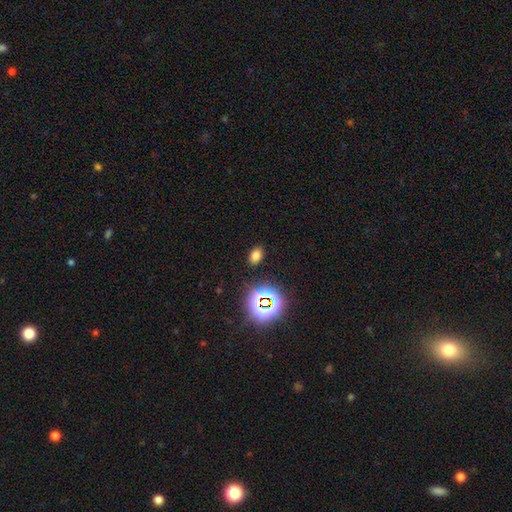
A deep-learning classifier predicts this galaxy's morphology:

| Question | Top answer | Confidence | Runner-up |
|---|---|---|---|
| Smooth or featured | smooth | 70% | star or artifact (23%) |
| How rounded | in between | 80% | round (19%) |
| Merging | none | 87% | minor disturbance (8%) |